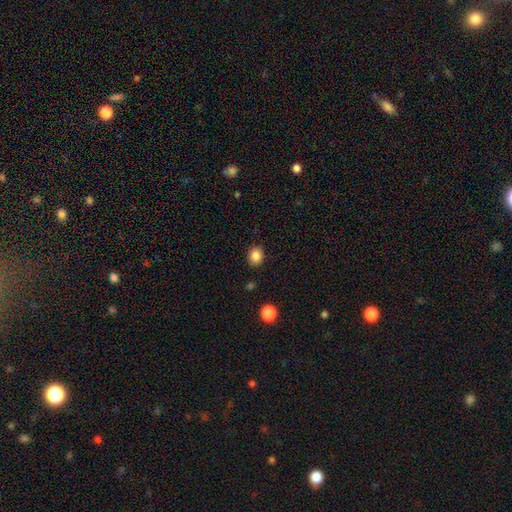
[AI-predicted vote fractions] Smooth or featured? smooth (85%)
How rounded? round (59%)
Merging? none (88%)